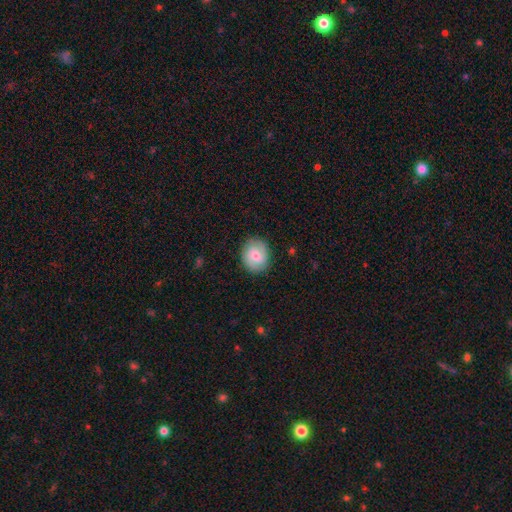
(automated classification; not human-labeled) smooth-or-featured: smooth: 56% | featured or disk: 37% | star or artifact: 7%
  how-rounded: round: 72% | in between: 27% | cigar-shaped: 1%
  merging: none: 86% | minor disturbance: 10% | major disturbance: 3% | merger: 1%